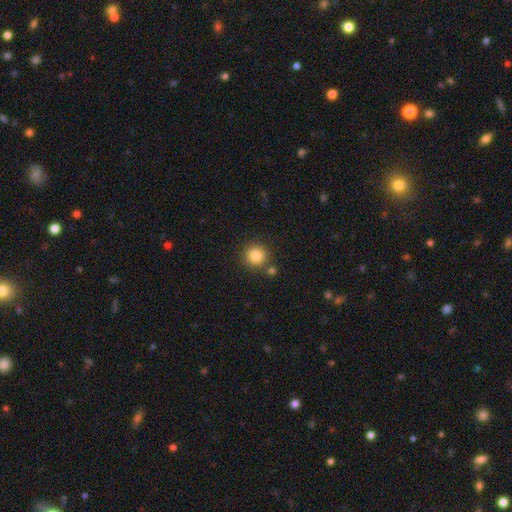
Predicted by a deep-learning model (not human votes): Smooth or featured: smooth — 85% (star or artifact — 10%)
How rounded: round — 93% (in between — 6%)
Merging: none — 80% (merger — 9%)